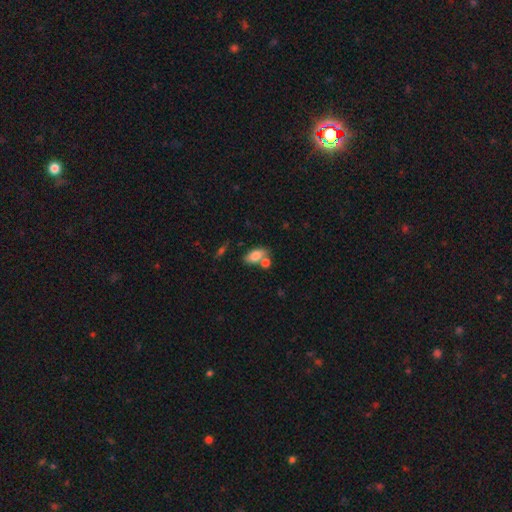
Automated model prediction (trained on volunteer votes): smooth 80%, featured or disk 12%, star or artifact 8%. Down the decision tree: how rounded — in between (89%); merging — none (50%).